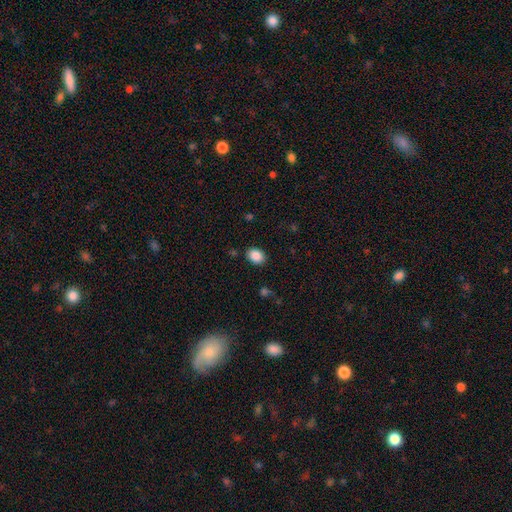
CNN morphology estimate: smooth 88%, star or artifact 8%, featured or disk 4%. Down the decision tree: how rounded — in between (68%); merging — none (86%).